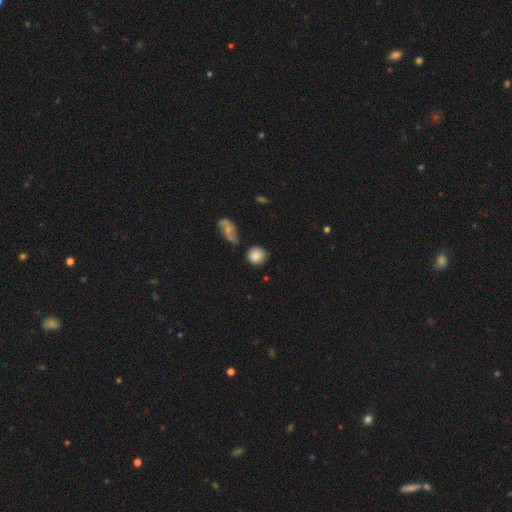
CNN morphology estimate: Smooth or featured: smooth — 81% (featured or disk — 11%)
How rounded: round — 85% (in between — 14%)
Merging: none — 69% (minor disturbance — 19%)